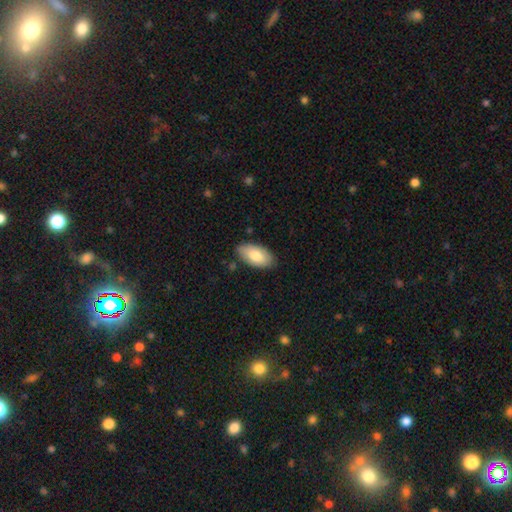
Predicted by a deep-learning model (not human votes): Morphology: type=smooth (77%); roundness=in between (95%); merging=none (82%).